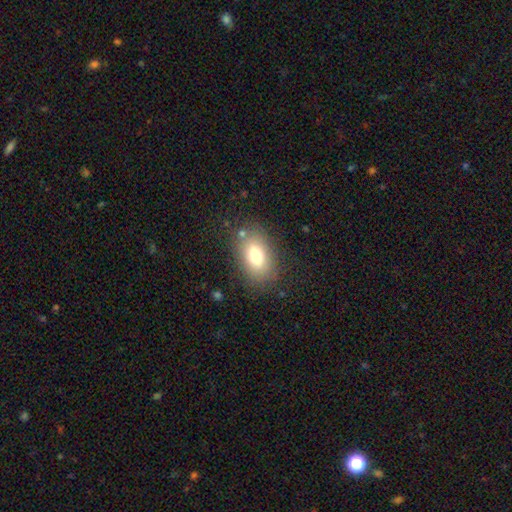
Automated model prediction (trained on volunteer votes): Smooth or featured?
  - smooth: 76% *
  - featured or disk: 14%
  - star or artifact: 10%
How rounded?
  - in between: 87% *
  - round: 11%
  - cigar-shaped: 2%
Merging?
  - none: 81% *
  - minor disturbance: 12%
  - major disturbance: 5%
  - merger: 3%